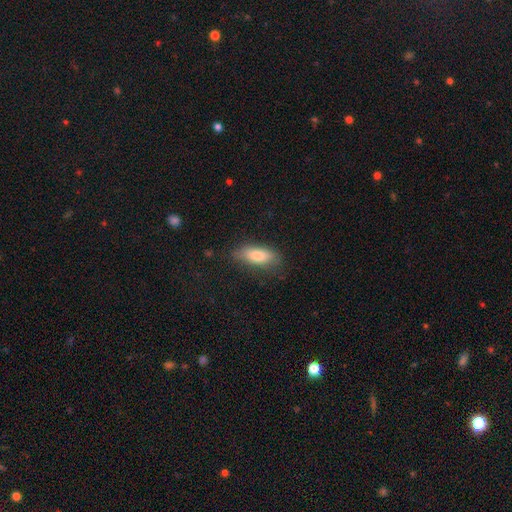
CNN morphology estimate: smooth 77%, featured or disk 15%, star or artifact 8%. Down the decision tree: how rounded — in between (72%); merging — none (74%).